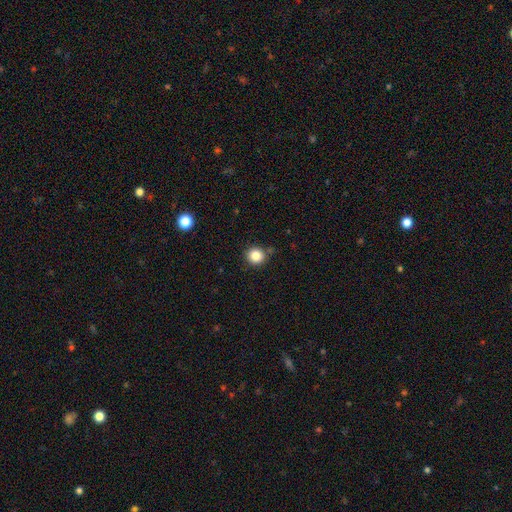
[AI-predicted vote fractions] The model was most divided on "smooth or featured": smooth: 84%, star or artifact: 11%, featured or disk: 5%. More confident: how rounded — round (93%); merging — none (85%).